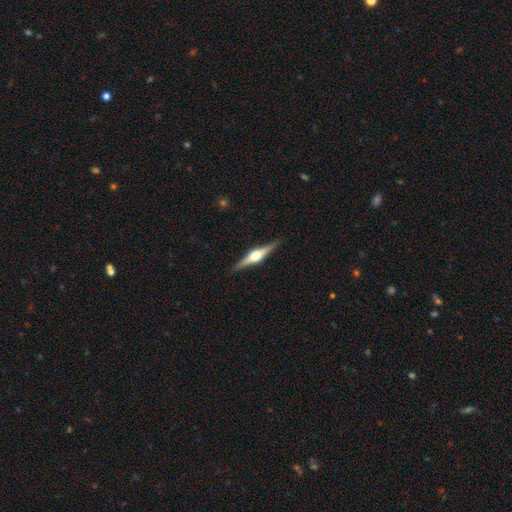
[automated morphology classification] Smooth or featured? Predicted: featured or disk (p=0.80). Edge-on disk? Predicted: yes (p=0.98). Edge-on bulge? Predicted: rounded (p=0.95). Merging? Predicted: none (p=0.91).